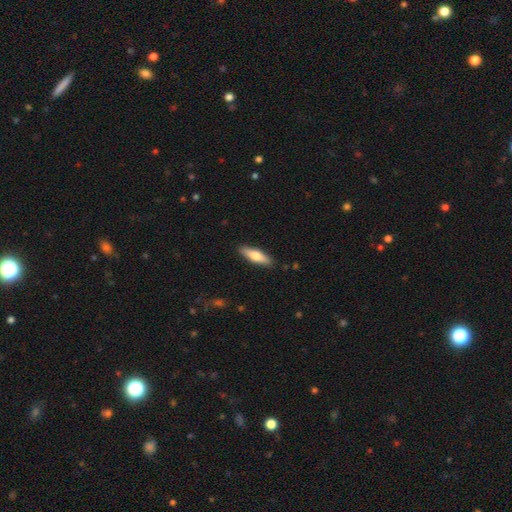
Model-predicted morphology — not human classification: smooth-or-featured: smooth: 60% | featured or disk: 34% | star or artifact: 5%
  how-rounded: cigar-shaped: 58% | in between: 40% | round: 2%
  merging: none: 89% | minor disturbance: 8% | major disturbance: 2% | merger: 1%